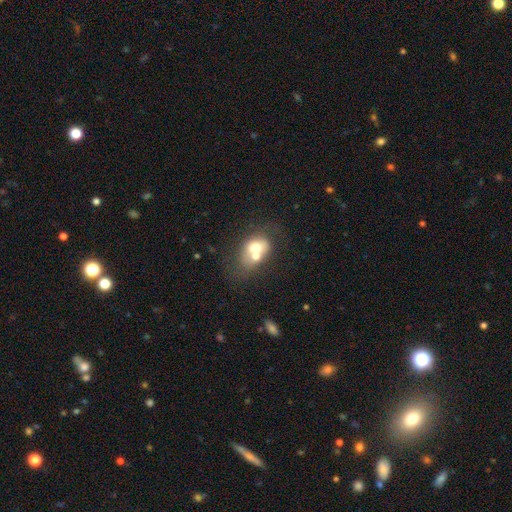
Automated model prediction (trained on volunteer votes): smooth-or-featured: smooth: 60% | featured or disk: 30% | star or artifact: 10%
  how-rounded: in between: 57% | round: 42% | cigar-shaped: 1%
  merging: merger: 60% | none: 24% | minor disturbance: 10% | major disturbance: 7%